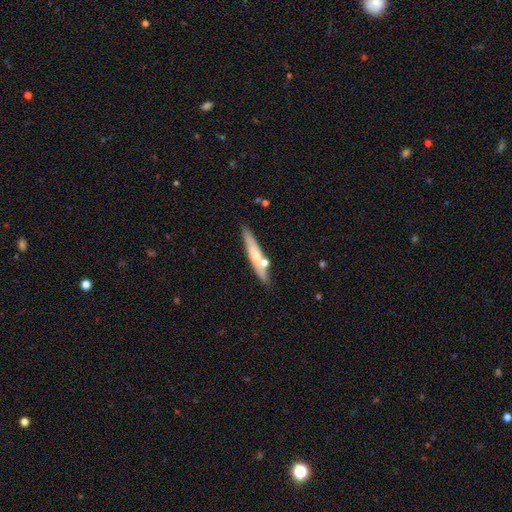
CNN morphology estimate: Overall: smooth (51%; featured or disk 43%). How rounded: cigar-shaped (88%). Merging: none (74%).